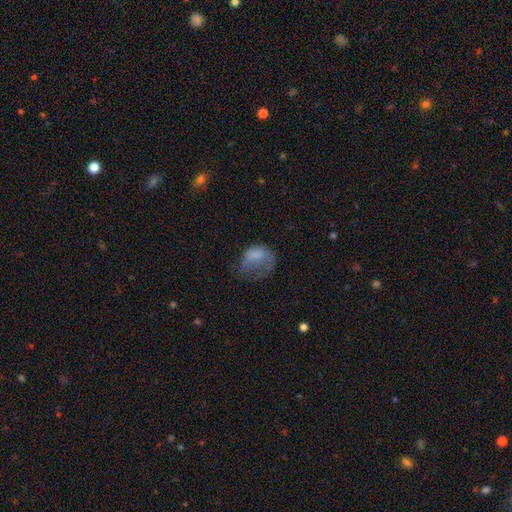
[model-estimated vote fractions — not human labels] Overall: smooth (67%). How rounded: in between (59%; round 39%). Merging: major disturbance (52%; minor disturbance 25%).